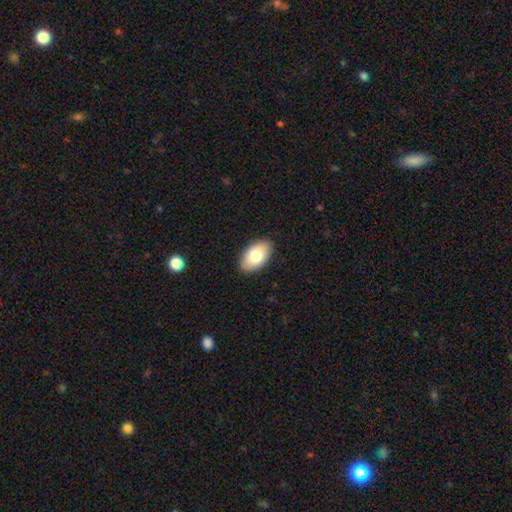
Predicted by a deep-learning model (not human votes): Smooth or featured? smooth (79%)
How rounded? in between (94%)
Merging? none (89%)